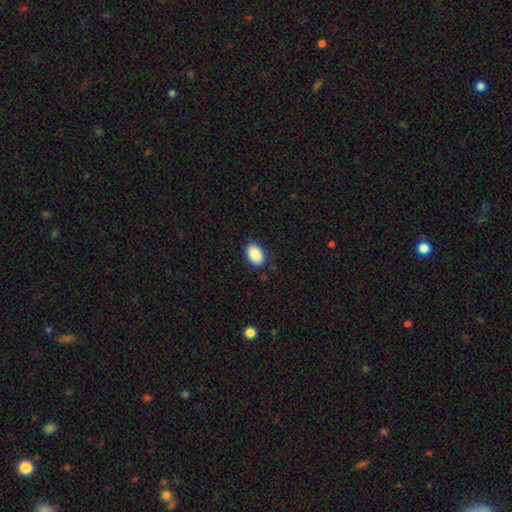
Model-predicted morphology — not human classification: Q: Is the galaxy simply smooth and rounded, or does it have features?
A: smooth — 90%.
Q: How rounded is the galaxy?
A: in between — 89%.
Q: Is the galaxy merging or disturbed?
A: none — 86%.